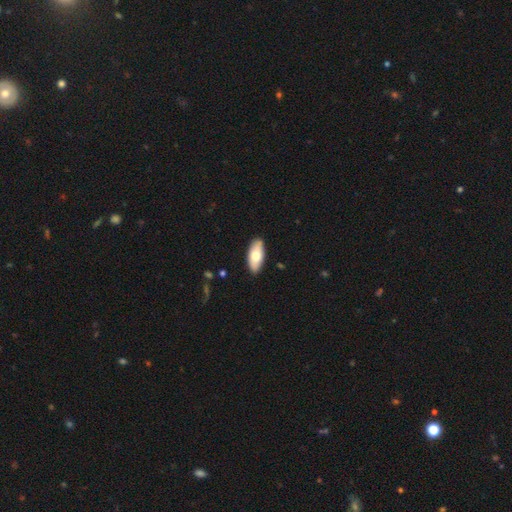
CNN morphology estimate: smooth_or_featured: smooth (p=0.73) [alt: featured or disk p=0.21]
how_rounded: in between (p=0.87) [alt: cigar-shaped p=0.11]
merging: none (p=0.88) [alt: minor disturbance p=0.09]